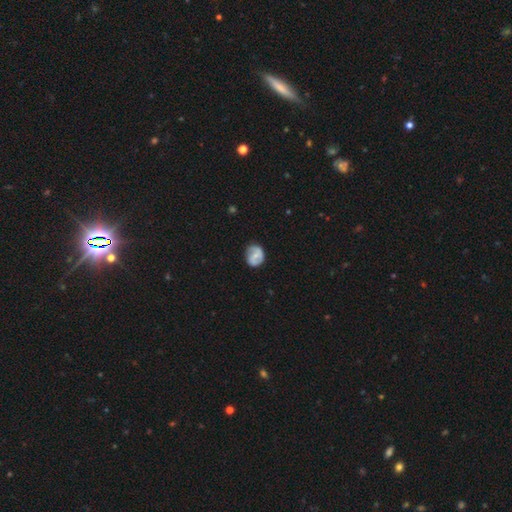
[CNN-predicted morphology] A featured or disk galaxy (49%). Merging: none (67%).